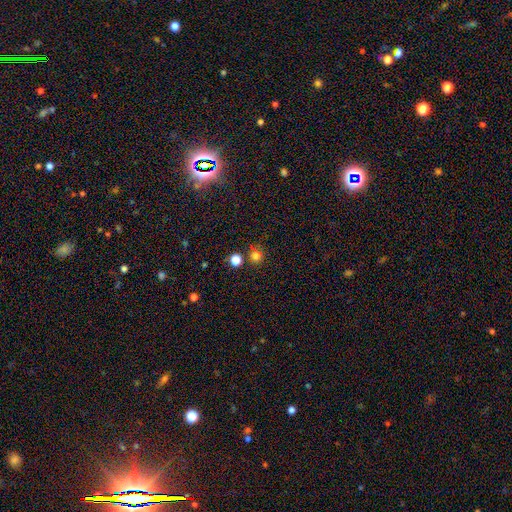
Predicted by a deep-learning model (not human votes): Overall: smooth (72%). How rounded: round (92%). Merging: none (75%).